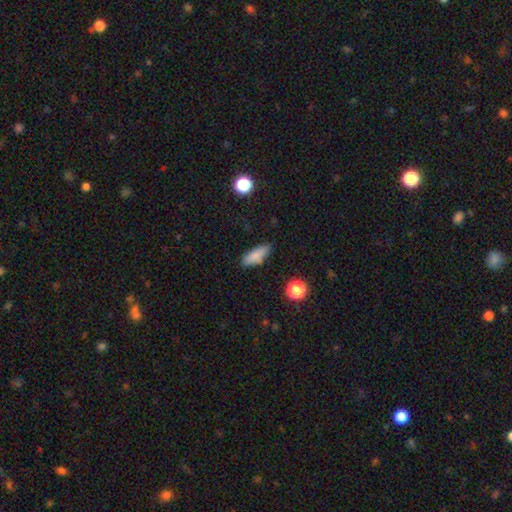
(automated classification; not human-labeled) smooth_or_featured: smooth (p=0.83) [alt: featured or disk p=0.09]
how_rounded: in between (p=0.61) [alt: cigar-shaped p=0.36]
merging: none (p=0.83) [alt: minor disturbance p=0.13]